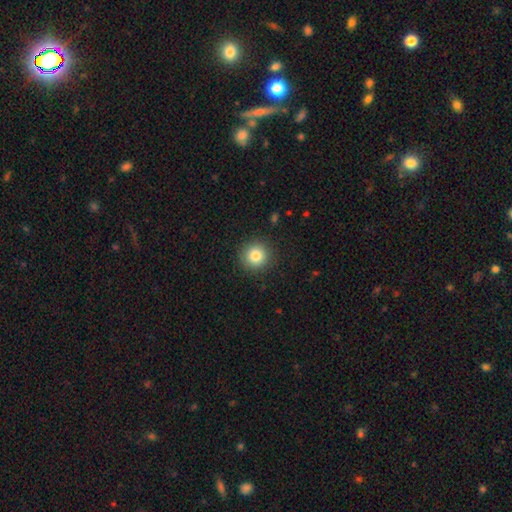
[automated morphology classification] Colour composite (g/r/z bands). It shows a smooth galaxy with no disk features (83%) that is round (94%). Merging: none (91%).